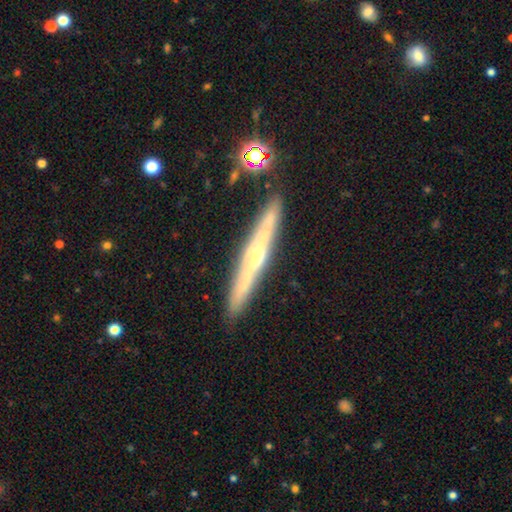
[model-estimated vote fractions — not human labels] Smooth or featured?
  - featured or disk: 70% *
  - smooth: 23%
  - star or artifact: 7%
Edge-on disk?
  - yes: 95% *
  - no: 5%
Edge-on bulge?
  - rounded: 74% *
  - none: 22%
  - boxy: 5%
Merging?
  - none: 89% *
  - minor disturbance: 7%
  - merger: 2%
  - major disturbance: 2%